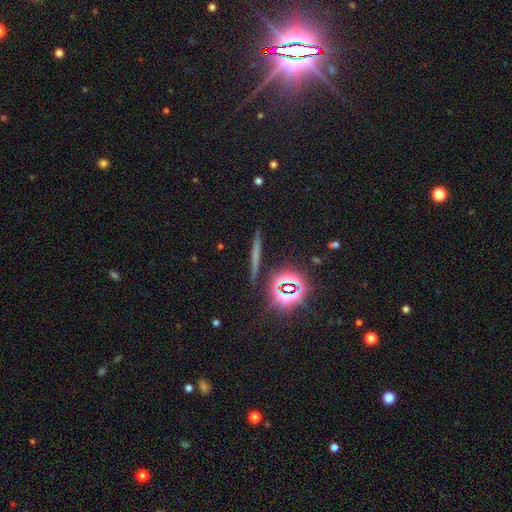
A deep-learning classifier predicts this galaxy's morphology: This is marginally a smooth galaxy (41%). Merging: clearly none (88%).